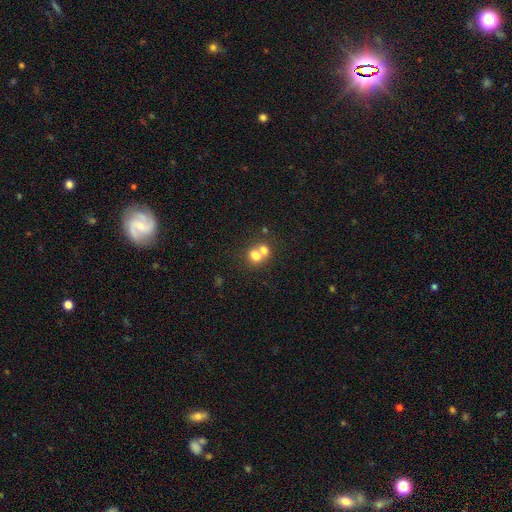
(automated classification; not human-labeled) Smooth or featured? Predicted: smooth (p=0.70). How rounded? Predicted: round (p=0.71). Merging? Predicted: merger (p=0.65).